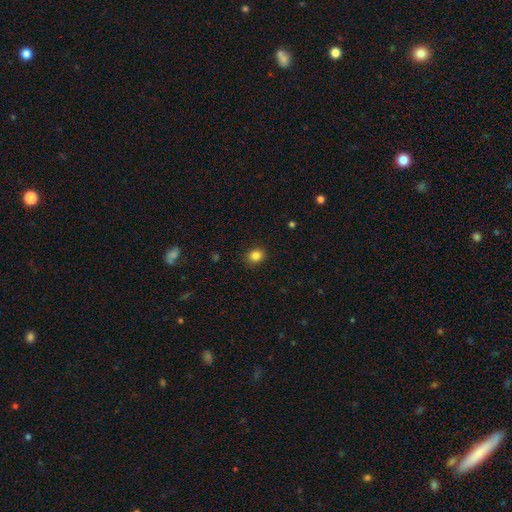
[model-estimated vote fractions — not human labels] Smooth or featured? Predicted: smooth (p=0.84). How rounded? Predicted: round (p=0.70). Merging? Predicted: none (p=0.89).